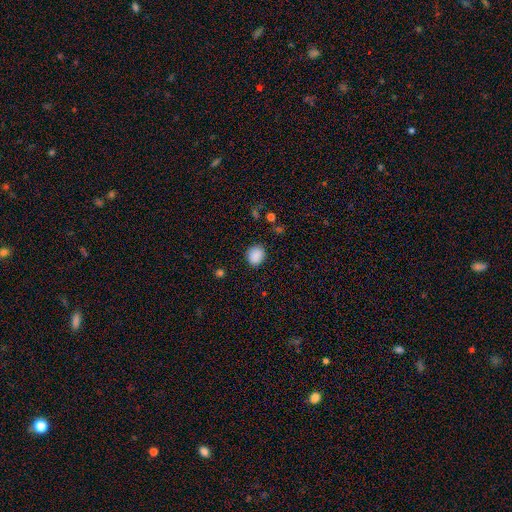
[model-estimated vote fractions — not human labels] A smooth galaxy with no disk features (88%) that is round (64%).

Vote fractions:
- Smooth or featured? smooth: 88% / star or artifact: 9% / featured or disk: 3%
- How rounded? round: 64% / in between: 35% / cigar-shaped: 1%
- Merging? none: 86% / minor disturbance: 10% / major disturbance: 3% / merger: 1%